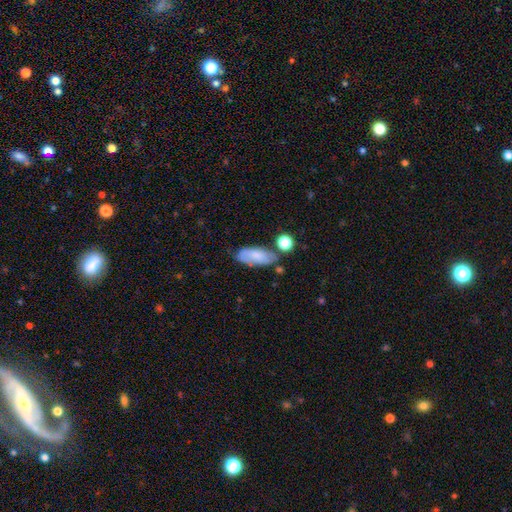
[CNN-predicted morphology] Smooth or featured: smooth — 66% (featured or disk — 26%)
How rounded: in between — 84% (cigar-shaped — 13%)
Merging: none — 57% (minor disturbance — 24%)